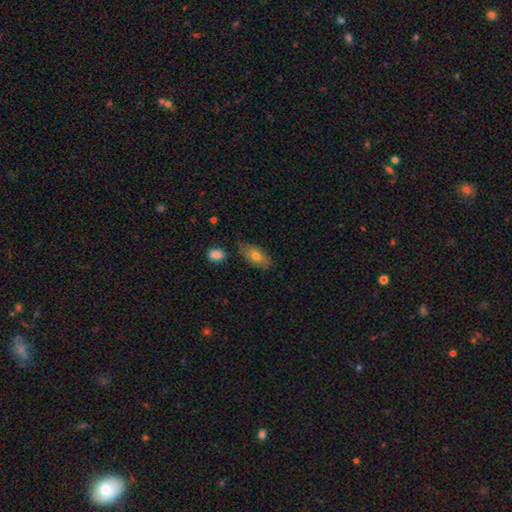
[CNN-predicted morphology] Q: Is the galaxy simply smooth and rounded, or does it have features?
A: smooth — 74%.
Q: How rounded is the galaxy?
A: in between — 89%.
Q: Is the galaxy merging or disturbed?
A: none — 76%.